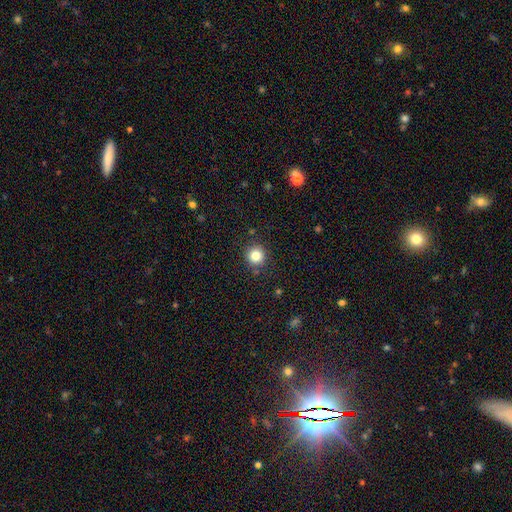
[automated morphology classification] Smooth or featured: smooth — 83% (star or artifact — 12%)
How rounded: round — 93% (in between — 6%)
Merging: none — 89% (minor disturbance — 7%)